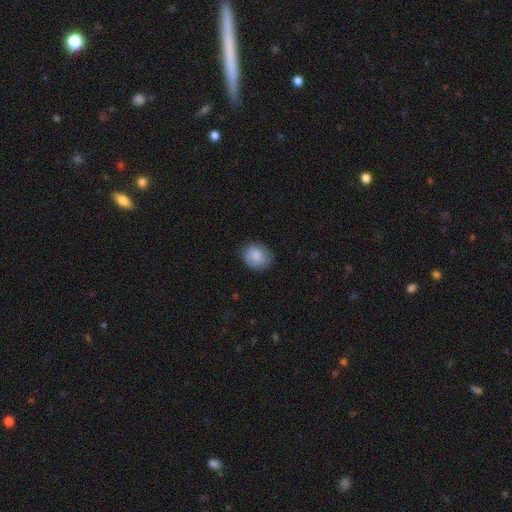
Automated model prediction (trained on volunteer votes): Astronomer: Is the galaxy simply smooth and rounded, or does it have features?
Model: smooth — 84%.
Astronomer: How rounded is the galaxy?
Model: round — 68%.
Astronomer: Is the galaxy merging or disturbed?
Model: none — 81%.